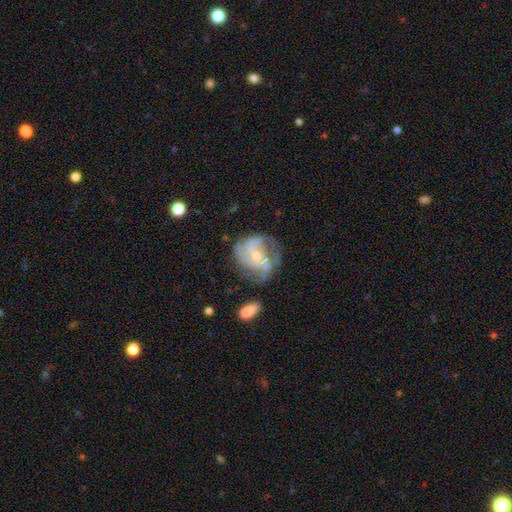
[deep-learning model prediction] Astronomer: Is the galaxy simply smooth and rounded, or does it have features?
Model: featured or disk — 85%.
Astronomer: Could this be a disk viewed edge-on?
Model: no — 98%.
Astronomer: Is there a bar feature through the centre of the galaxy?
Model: no — 52% (runner-up: weak, 36%).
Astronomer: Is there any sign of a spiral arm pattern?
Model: yes — 94%.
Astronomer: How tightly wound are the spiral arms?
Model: medium — 48% (runner-up: tight, 32%).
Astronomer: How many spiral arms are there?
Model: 3 — 37% (runner-up: 2, 27%).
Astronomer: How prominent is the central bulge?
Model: small — 60% (runner-up: moderate, 36%).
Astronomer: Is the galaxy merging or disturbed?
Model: none — 56%.